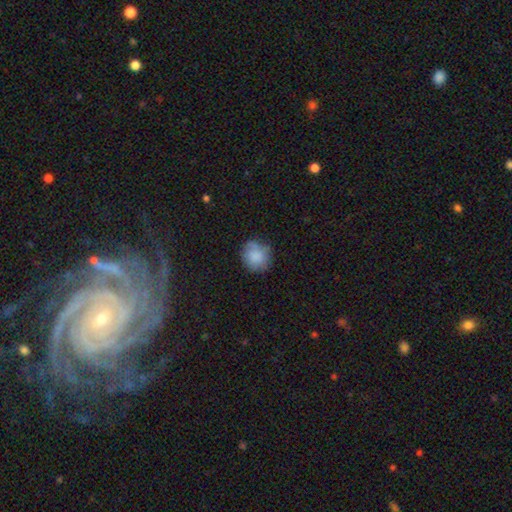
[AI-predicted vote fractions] This is clearly a smooth galaxy (84%). How rounded: clearly round (86%). Merging: likely none (71%).